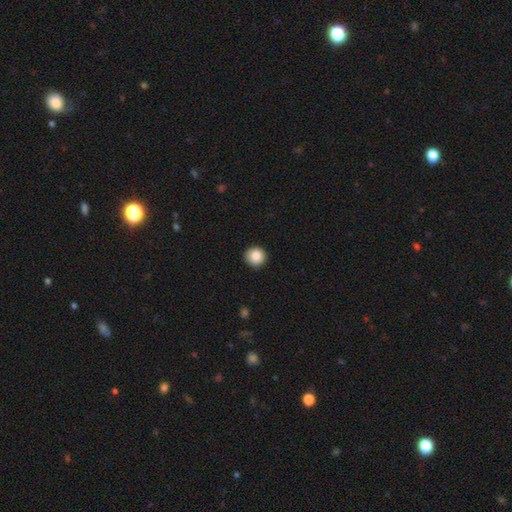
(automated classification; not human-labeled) Smooth or featured?
  - smooth: 87% *
  - star or artifact: 8%
  - featured or disk: 5%
How rounded?
  - round: 94% *
  - in between: 5%
  - cigar-shaped: 1%
Merging?
  - none: 92% *
  - minor disturbance: 6%
  - major disturbance: 2%
  - merger: 1%